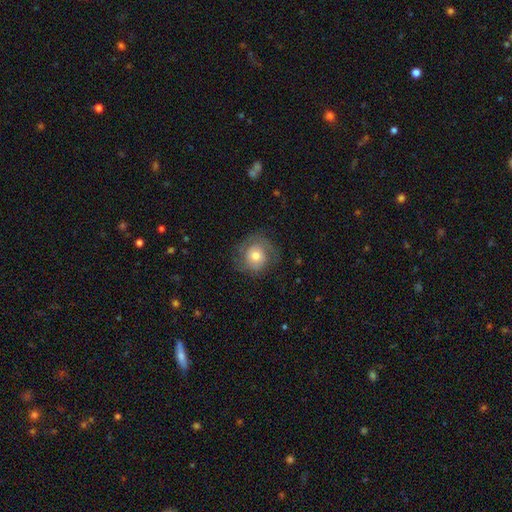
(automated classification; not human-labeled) The model was most divided on "smooth or featured": smooth: 51%, featured or disk: 40%, star or artifact: 8%. More confident: how rounded — round (85%); merging — none (68%).